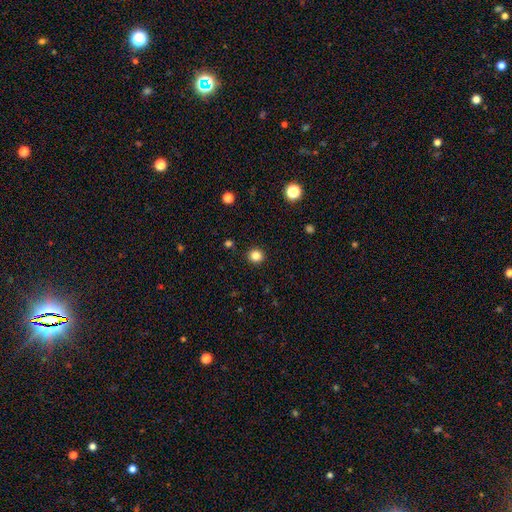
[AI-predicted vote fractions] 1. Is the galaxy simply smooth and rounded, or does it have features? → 83% smooth, 13% star or artifact, 4% featured or disk.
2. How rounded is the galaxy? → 92% round, 7% in between, 1% cigar-shaped.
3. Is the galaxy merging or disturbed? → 92% none, 5% minor disturbance, 2% major disturbance, 1% merger.